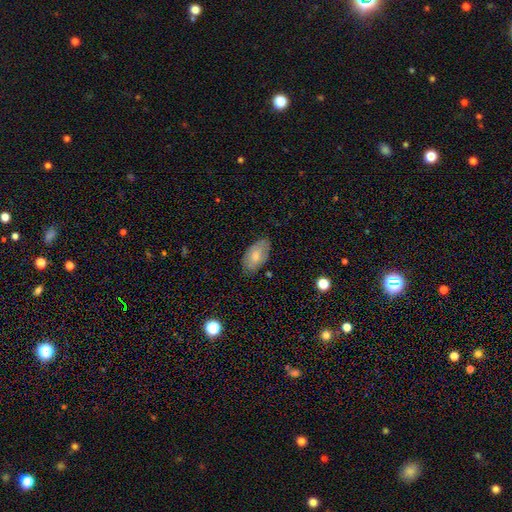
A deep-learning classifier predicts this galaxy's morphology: type=smooth (68%); roundness=in between (94%); merging=none (75%).